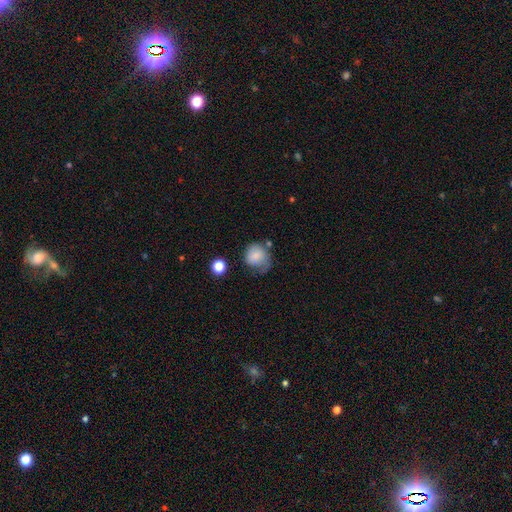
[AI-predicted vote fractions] This is likely a smooth galaxy (78%). How rounded: likely round (75%). Merging: marginally none (44%).